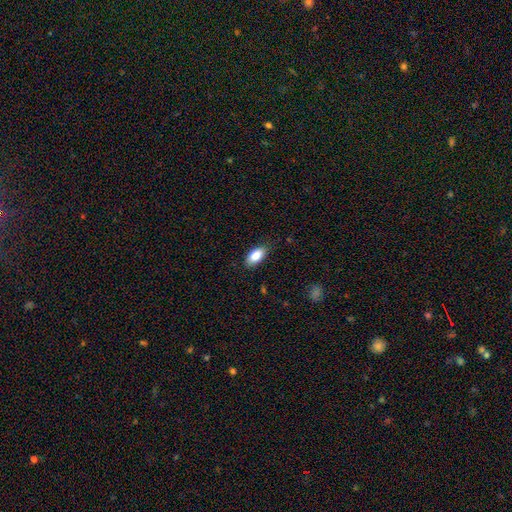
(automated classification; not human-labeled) Morphology: type=smooth (86%); roundness=in between (92%); merging=none (82%).